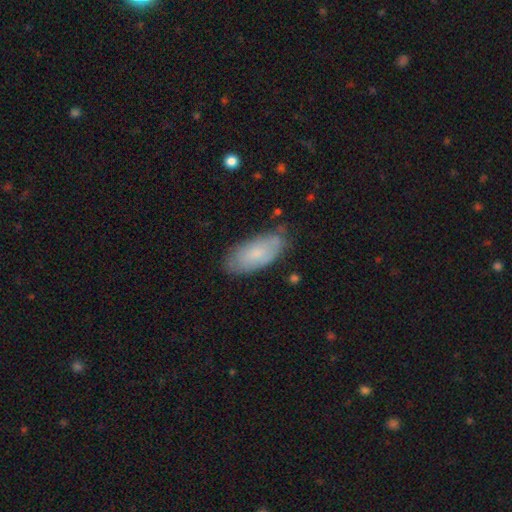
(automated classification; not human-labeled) smooth 69%, featured or disk 23%, star or artifact 8%. Down the decision tree: how rounded — in between (88%); merging — none (76%).